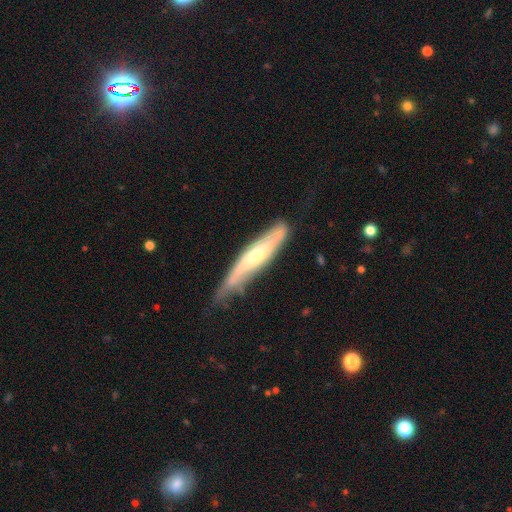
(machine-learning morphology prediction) This is likely a featured or disk galaxy (62%). It is likely viewed edge-on (65%). Merging: possibly none (55%).